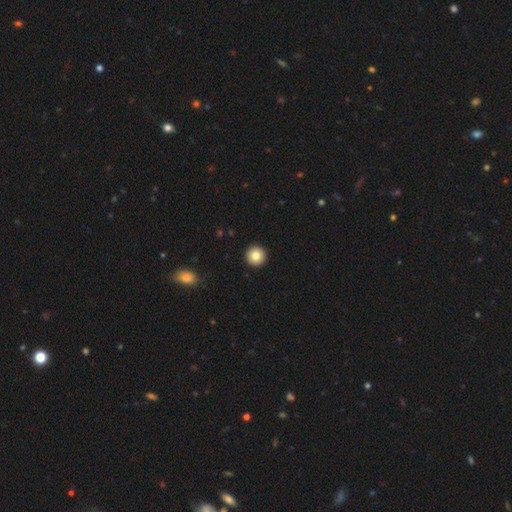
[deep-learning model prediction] The model was most divided on "smooth or featured": smooth: 84%, star or artifact: 9%, featured or disk: 8%. More confident: how rounded — round (96%); merging — none (94%).